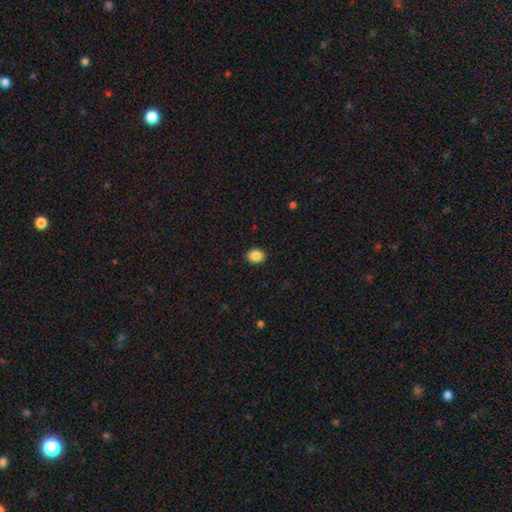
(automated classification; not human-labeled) A smooth galaxy with no disk features (87%) that is round (55%).

Vote fractions:
- Smooth or featured? smooth: 87% / star or artifact: 9% / featured or disk: 4%
- How rounded? round: 55% / in between: 44% / cigar-shaped: 1%
- Merging? none: 91% / minor disturbance: 7% / major disturbance: 2% / merger: 1%